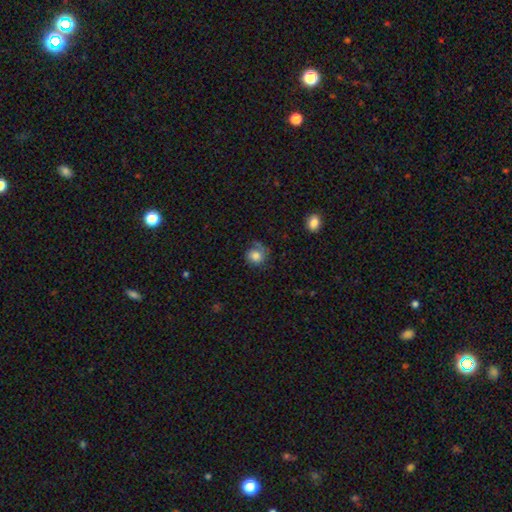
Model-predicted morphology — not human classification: smooth_or_featured: smooth (p=0.73) [alt: featured or disk p=0.18]
how_rounded: round (p=0.80) [alt: in between p=0.19]
merging: none (p=0.56) [alt: minor disturbance p=0.24]